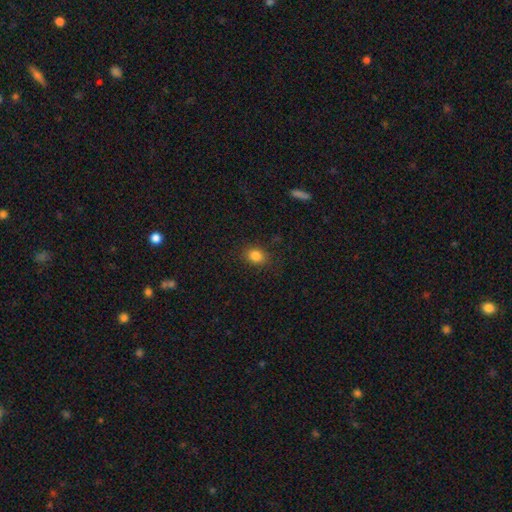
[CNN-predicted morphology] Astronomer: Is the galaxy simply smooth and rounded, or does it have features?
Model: smooth — 83%.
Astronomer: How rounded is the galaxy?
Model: in between — 54% (runner-up: round, 44%).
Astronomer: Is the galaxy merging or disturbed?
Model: none — 85%.